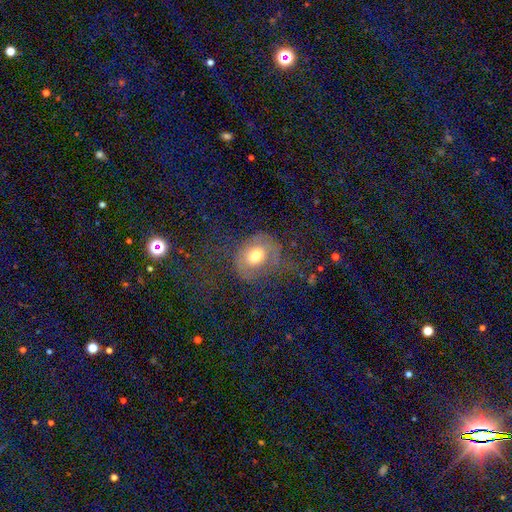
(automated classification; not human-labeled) Smooth or featured? Predicted: smooth (p=0.54). How rounded? Predicted: round (p=0.56). Merging? Predicted: none (p=0.44).